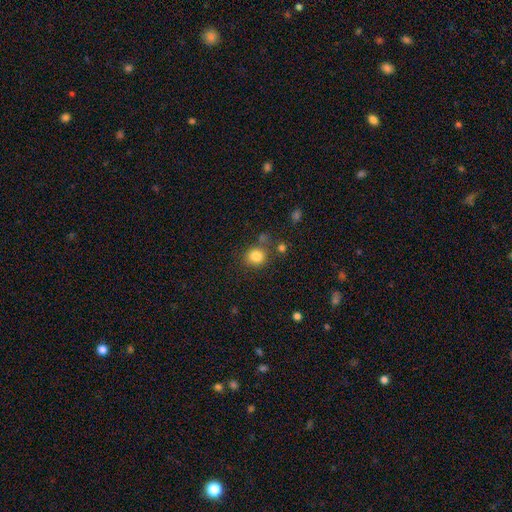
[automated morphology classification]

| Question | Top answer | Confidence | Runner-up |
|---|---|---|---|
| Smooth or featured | smooth | 83% | star or artifact (12%) |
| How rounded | round | 78% | in between (21%) |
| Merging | none | 72% | minor disturbance (13%) |